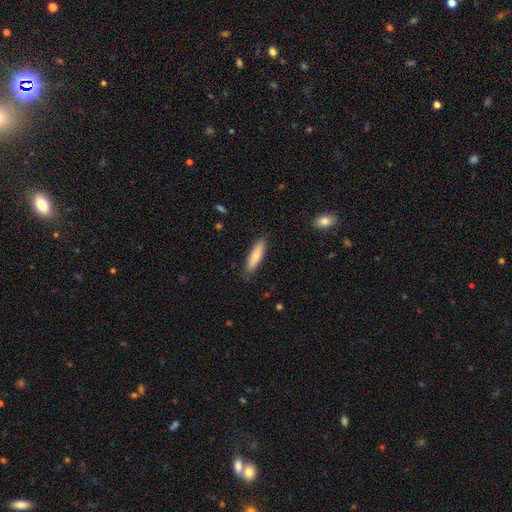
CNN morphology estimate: Overall: smooth (79%). How rounded: cigar-shaped (70%). Merging: none (85%).